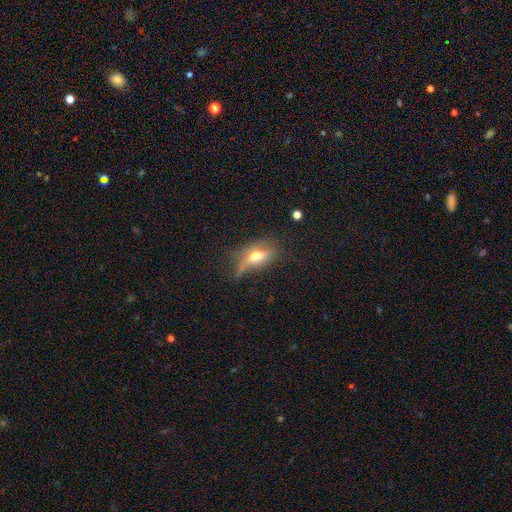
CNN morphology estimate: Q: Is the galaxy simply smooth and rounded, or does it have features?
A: featured or disk — 48%.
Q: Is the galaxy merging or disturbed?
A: none — 53%.